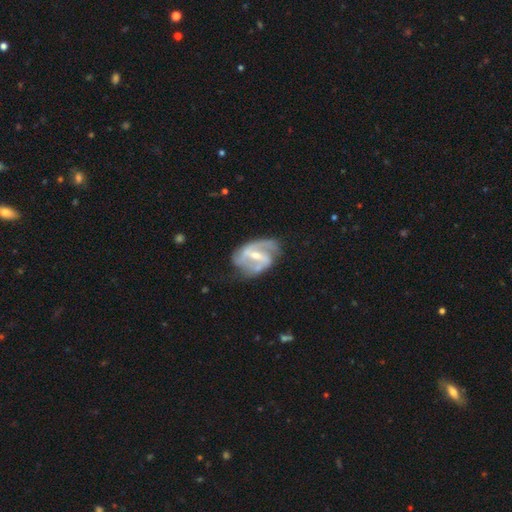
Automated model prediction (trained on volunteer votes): Q: Smooth or featured?
A: featured or disk (86%); runner-up: smooth (9%)
Q: Edge-on disk?
A: no (97%); runner-up: yes (3%)
Q: Bar?
A: strong (52%); runner-up: weak (37%)
Q: Spiral arms?
A: yes (92%); runner-up: no (8%)
Q: Spiral winding?
A: medium (50%); runner-up: loose (27%)
Q: Spiral arm count?
A: 2 (74%); runner-up: can't tell (9%)
Q: Bulge size?
A: moderate (48%); runner-up: small (47%)
Q: Merging?
A: none (58%); runner-up: minor disturbance (25%)